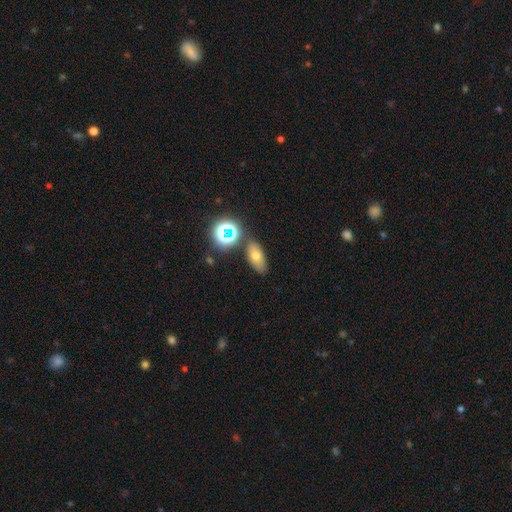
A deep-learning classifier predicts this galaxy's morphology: Smooth or featured? smooth (62%)
How rounded? in between (78%)
Merging? none (77%)